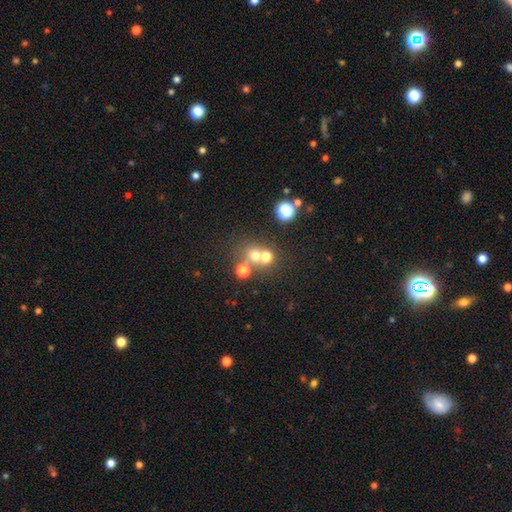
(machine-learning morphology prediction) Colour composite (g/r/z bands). It shows a smooth galaxy with no disk features (62%) that is round (84%). Merging: none (51%).